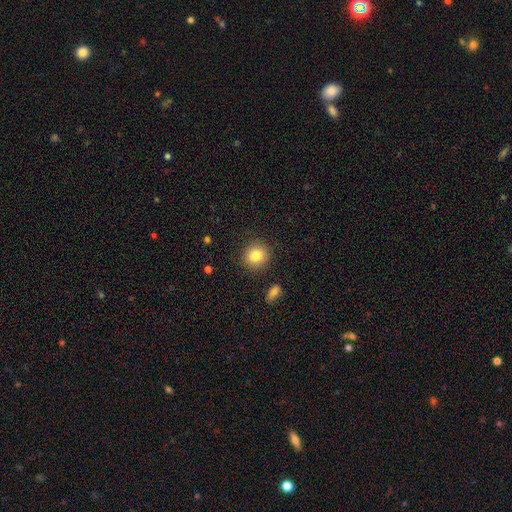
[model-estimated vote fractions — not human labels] A smooth galaxy with no disk features (83%) that is round (87%).

Vote fractions:
- Smooth or featured? smooth: 83% / star or artifact: 10% / featured or disk: 7%
- How rounded? round: 87% / in between: 12% / cigar-shaped: 1%
- Merging? none: 88% / minor disturbance: 8% / major disturbance: 2% / merger: 2%